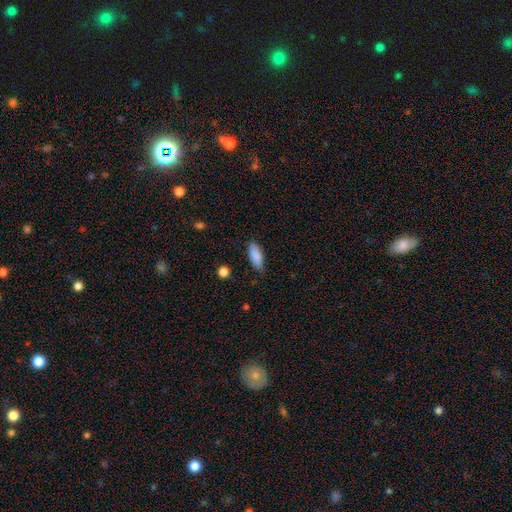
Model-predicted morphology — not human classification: Smooth or featured? smooth (87%)
How rounded? in between (74%)
Merging? none (78%)